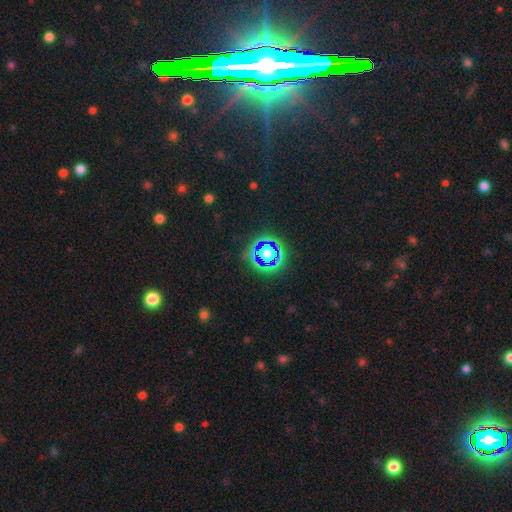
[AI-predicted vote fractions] Smooth or featured? star or artifact (77%)